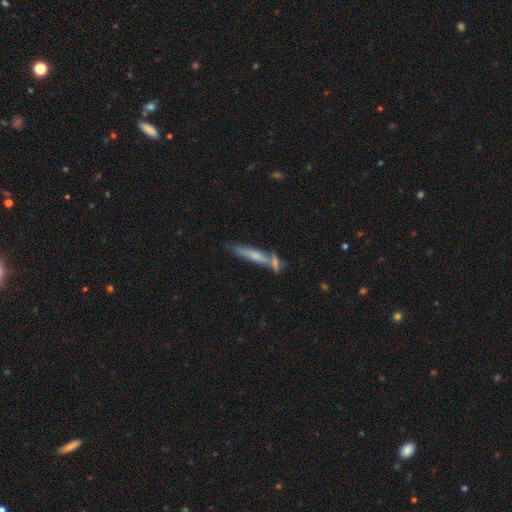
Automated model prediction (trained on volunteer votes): smooth 53%, featured or disk 39%, star or artifact 8%. Down the decision tree: how rounded — cigar-shaped (87%); merging — none (54%).